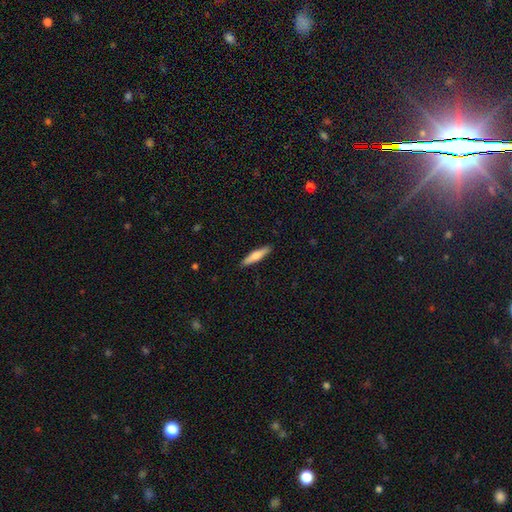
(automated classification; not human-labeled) Smooth or featured? Predicted: smooth (p=0.67). How rounded? Predicted: cigar-shaped (p=0.83). Merging? Predicted: none (p=0.90).